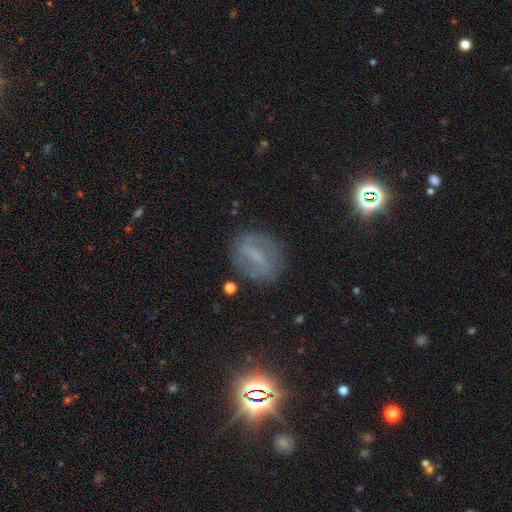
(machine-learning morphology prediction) This appears to be a featured or disk galaxy (48%). Merging: none (76%).